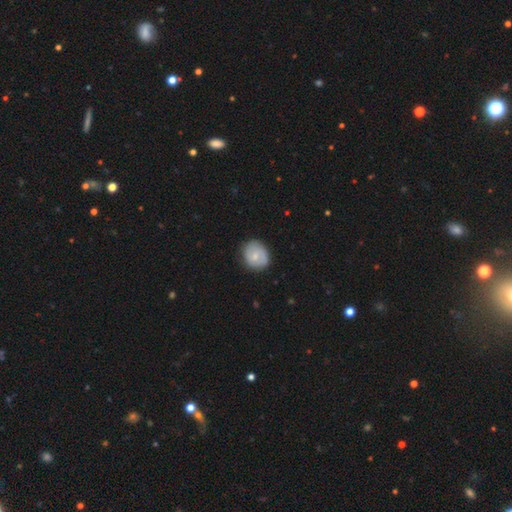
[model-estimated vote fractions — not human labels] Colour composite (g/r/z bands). It shows a smooth galaxy with no disk features (61%) that is round (75%). Merging: none (79%).